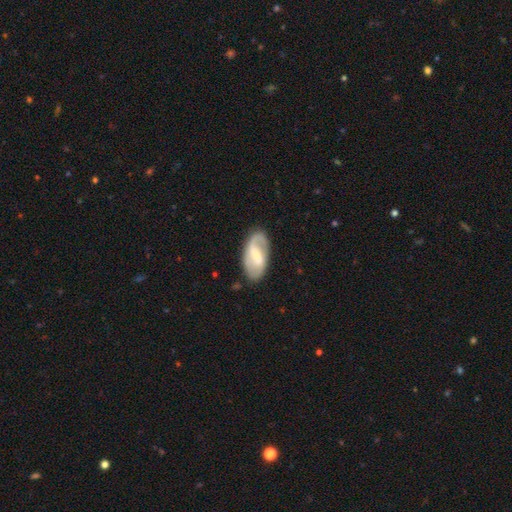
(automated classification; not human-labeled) Overall: featured or disk (70%). Edge-on disk: no (95%). Bar: weak (48%; strong 34%). Spiral arms: yes (85%). Spiral arm count: 2 (73%). Spiral winding: medium (43%; loose 33%). Bulge size: small (48%; moderate 38%). Merging: none (77%).